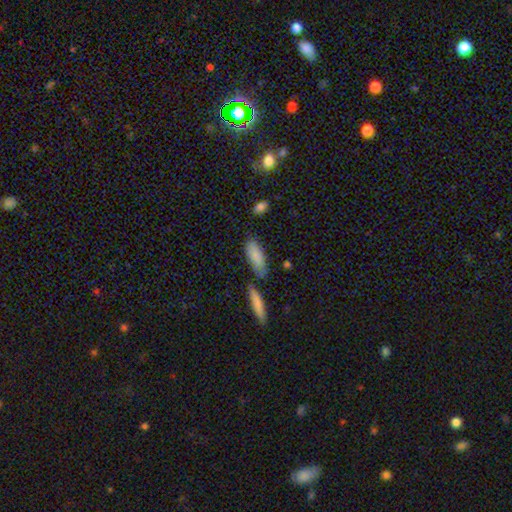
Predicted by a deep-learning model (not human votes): Overall: smooth (84%). How rounded: in between (67%; cigar-shaped 31%). Merging: none (61%).